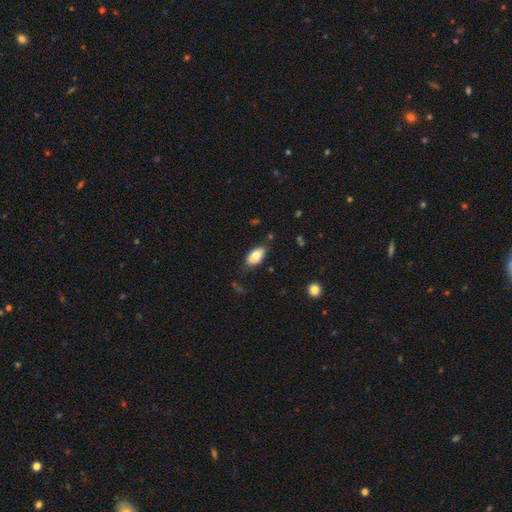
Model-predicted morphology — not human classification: smooth 80%, featured or disk 13%, star or artifact 7%. Down the decision tree: how rounded — in between (94%); merging — none (77%).